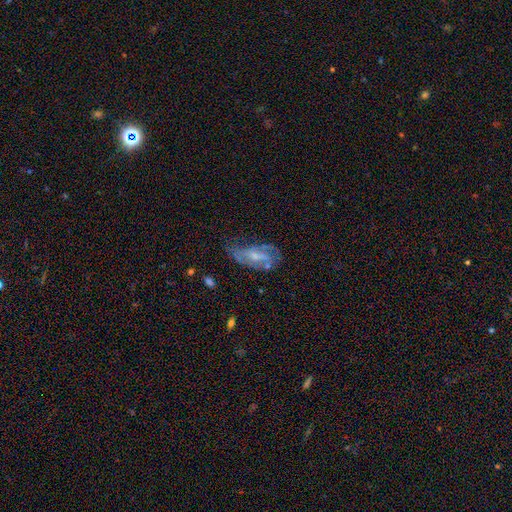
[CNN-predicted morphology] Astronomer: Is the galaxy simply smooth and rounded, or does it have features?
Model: featured or disk — 59%.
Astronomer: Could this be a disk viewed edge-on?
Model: no — 88%.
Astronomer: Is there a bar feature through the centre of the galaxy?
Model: no — 50% (runner-up: weak, 38%).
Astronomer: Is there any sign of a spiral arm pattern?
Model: yes — 56% (runner-up: no, 44%).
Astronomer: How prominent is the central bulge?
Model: small — 48% (runner-up: moderate, 33%).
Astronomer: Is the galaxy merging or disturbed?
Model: none — 38% (runner-up: minor disturbance, 29%).